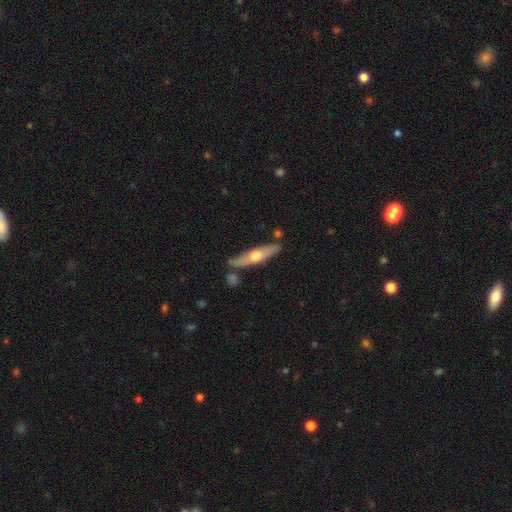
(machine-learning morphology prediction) Smooth or featured? featured or disk (56%)
Edge-on disk? yes (87%)
Merging? none (80%)